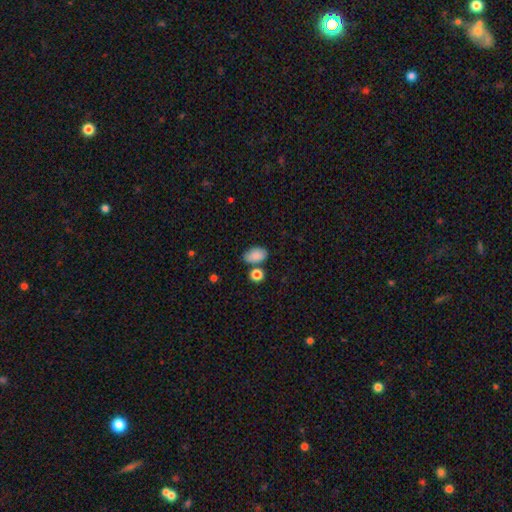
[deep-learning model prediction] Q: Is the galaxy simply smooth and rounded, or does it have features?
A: smooth — 86%.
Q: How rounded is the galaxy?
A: in between — 90%.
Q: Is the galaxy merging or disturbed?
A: none — 65%.